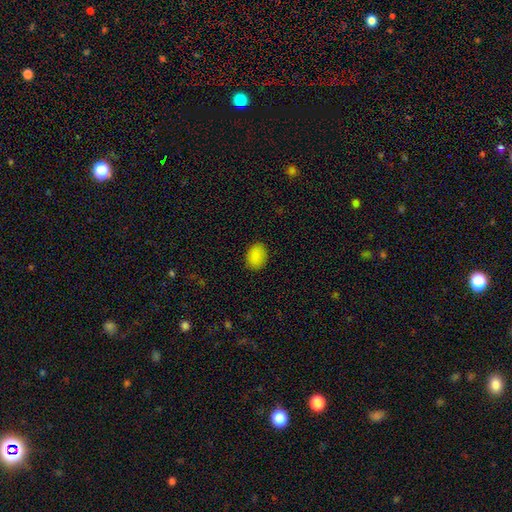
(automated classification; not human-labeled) Overall: smooth (88%). How rounded: in between (72%). Merging: none (88%).